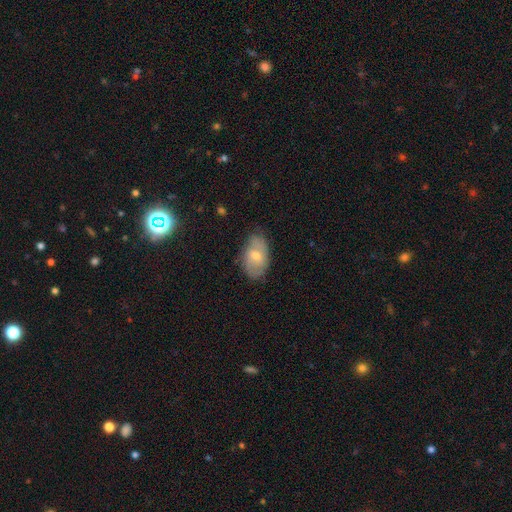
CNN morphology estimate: The model was most divided on "smooth or featured": featured or disk: 48%, smooth: 43%, star or artifact: 10%. More confident: merging — none (75%).